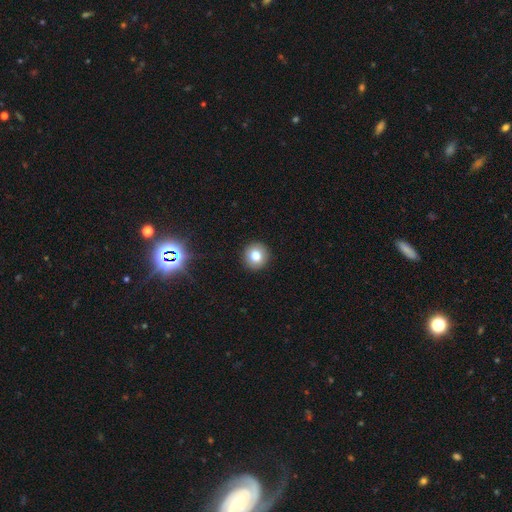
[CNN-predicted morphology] This is likely a smooth galaxy (79%). How rounded: clearly round (94%). Merging: clearly none (92%).